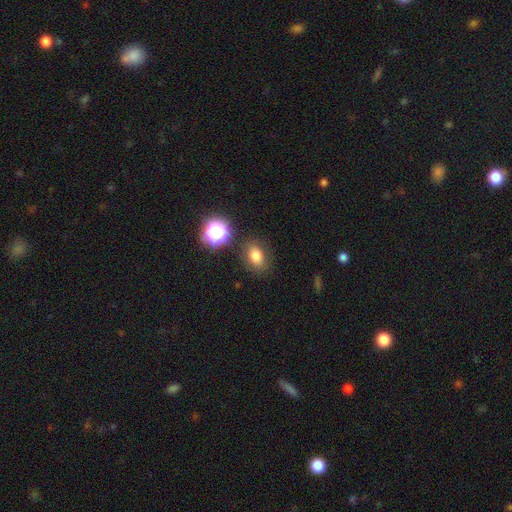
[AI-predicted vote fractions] smooth-or-featured: smooth: 77% | star or artifact: 15% | featured or disk: 7%
  how-rounded: in between: 65% | round: 34% | cigar-shaped: 1%
  merging: none: 82% | minor disturbance: 11% | merger: 4% | major disturbance: 4%